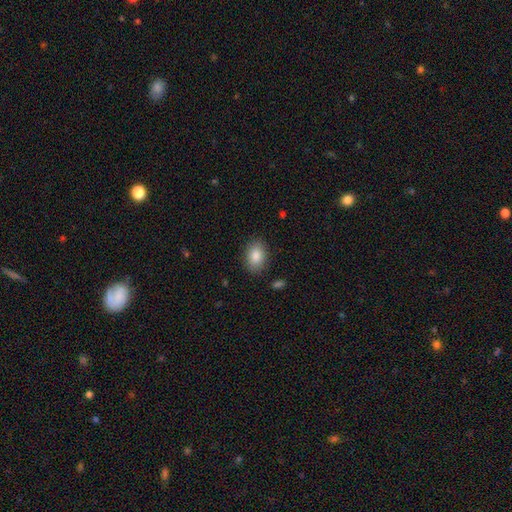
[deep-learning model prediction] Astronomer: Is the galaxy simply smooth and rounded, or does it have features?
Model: smooth — 86%.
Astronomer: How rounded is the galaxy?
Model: in between — 82%.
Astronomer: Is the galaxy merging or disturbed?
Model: none — 86%.